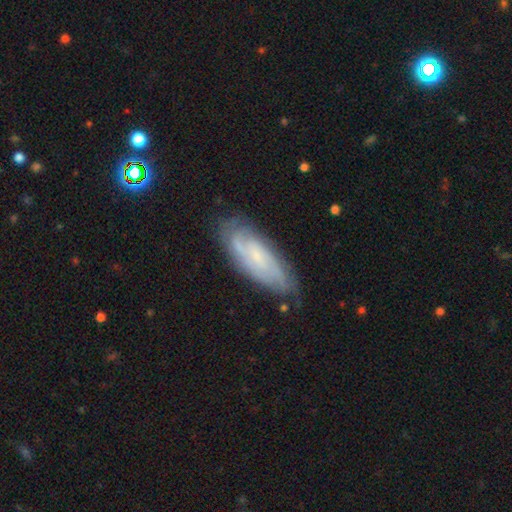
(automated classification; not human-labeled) smooth-or-featured: featured or disk: 67% | smooth: 26% | star or artifact: 7%
  disk-edge-on: no: 87% | yes: 13%
    bar: no: 64% | weak: 30% | strong: 6%
    has-spiral-arms: yes: 89% | no: 11%
      spiral-winding: tight: 55% | medium: 34% | loose: 11%
      spiral-arm-count: can't tell: 50% | 2: 24% | 3: 12% | 4: 6% | 1: 4% | more than 4: 4%
    bulge-size: small: 69% | moderate: 15% | none: 14% | large: 1% | dominant: 1%
  merging: none: 72% | minor disturbance: 21% | major disturbance: 5% | merger: 2%